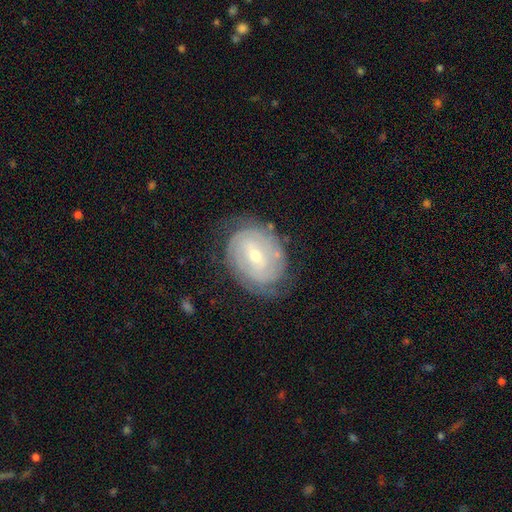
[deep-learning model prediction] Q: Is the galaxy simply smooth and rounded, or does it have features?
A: featured or disk — 79%.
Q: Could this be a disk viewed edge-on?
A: no — 96%.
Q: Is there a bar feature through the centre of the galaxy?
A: weak — 51%.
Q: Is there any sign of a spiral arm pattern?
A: yes — 89%.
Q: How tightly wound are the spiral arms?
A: tight — 74%.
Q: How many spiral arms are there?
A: can't tell — 41%.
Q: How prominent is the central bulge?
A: small — 51%.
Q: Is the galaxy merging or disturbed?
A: none — 72%.